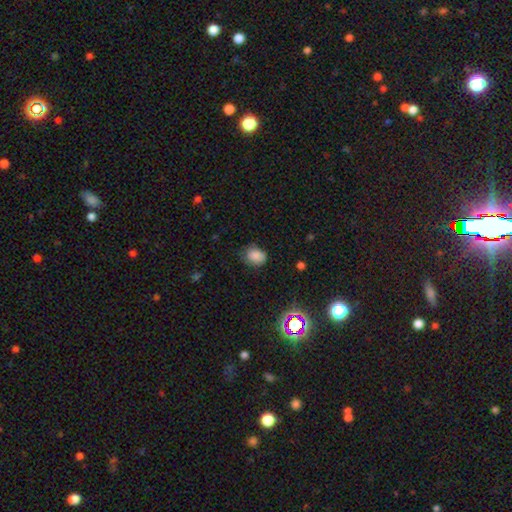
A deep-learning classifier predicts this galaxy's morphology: Overall: smooth (81%). How rounded: in between (56%; round 43%). Merging: none (66%; minor disturbance 26%).